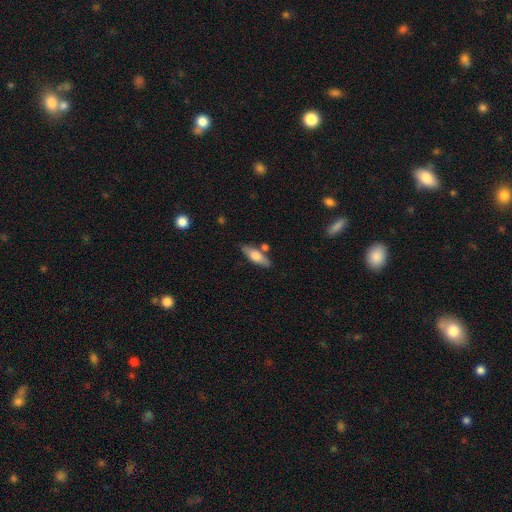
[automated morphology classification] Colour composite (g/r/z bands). It shows a smooth galaxy with no disk features (63%) that is in between round and cigar-shaped (55%). Merging: none (74%).